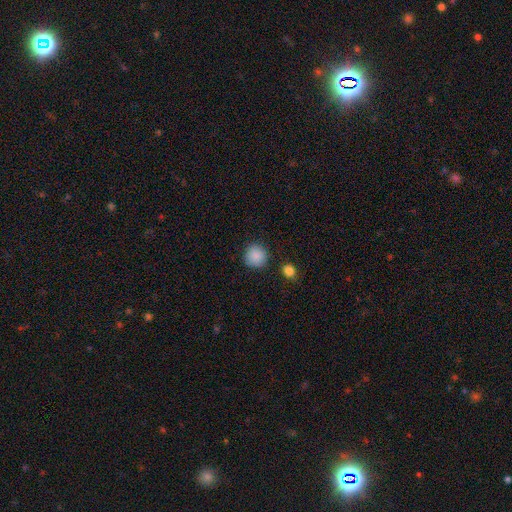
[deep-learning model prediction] Overall: smooth (88%). How rounded: round (93%). Merging: none (87%).